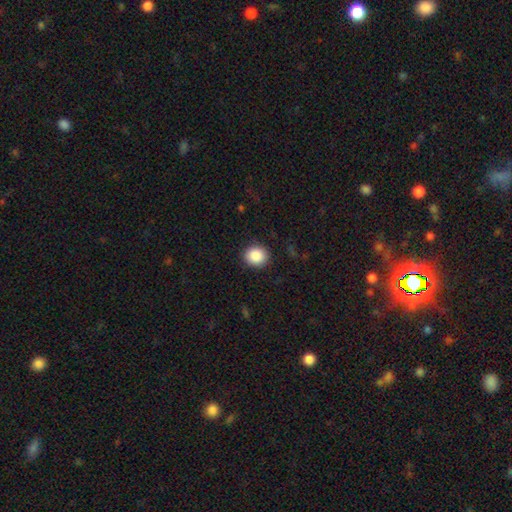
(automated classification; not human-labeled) smooth_or_featured: smooth (p=0.88) [alt: star or artifact p=0.08]
how_rounded: round (p=0.80) [alt: in between p=0.19]
merging: none (p=0.89) [alt: minor disturbance p=0.07]